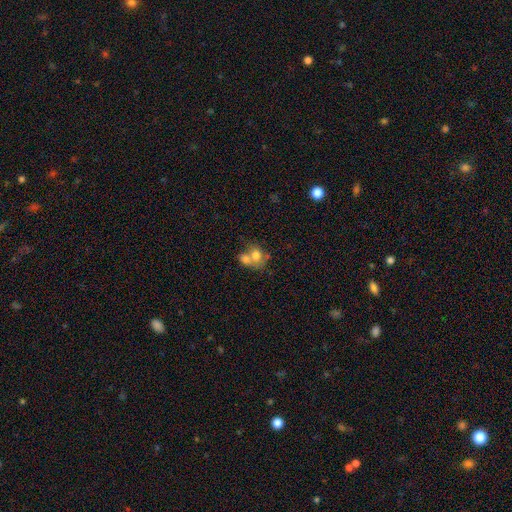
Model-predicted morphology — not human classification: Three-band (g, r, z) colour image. It shows a smooth galaxy with no disk features (70%) that is round (56%). Merging: merger (68%).